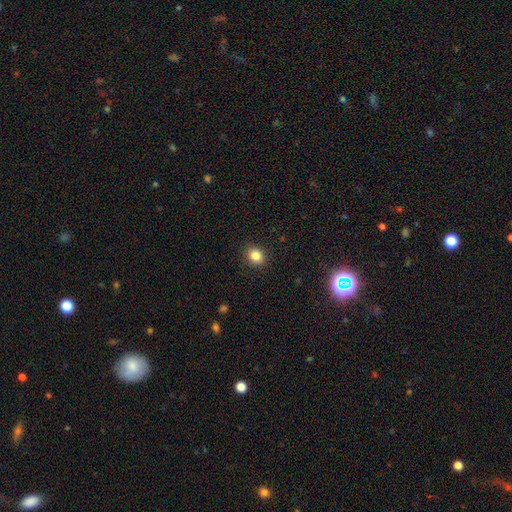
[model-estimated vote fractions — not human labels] Smooth or featured?
  - smooth: 84% *
  - star or artifact: 11%
  - featured or disk: 5%
How rounded?
  - round: 71% *
  - in between: 28%
  - cigar-shaped: 1%
Merging?
  - none: 90% *
  - minor disturbance: 7%
  - major disturbance: 2%
  - merger: 1%